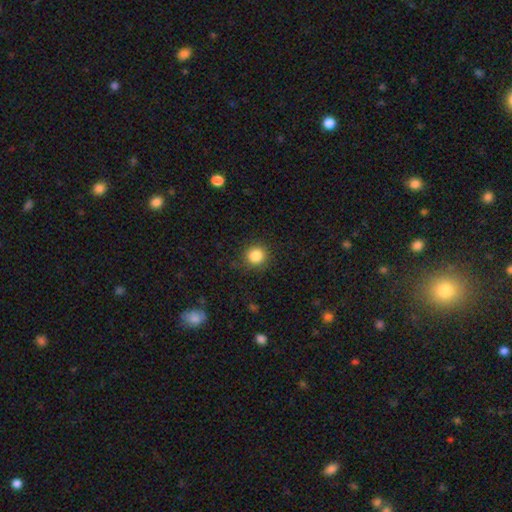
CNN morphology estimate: Overall: smooth (85%). How rounded: round (92%). Merging: none (88%).